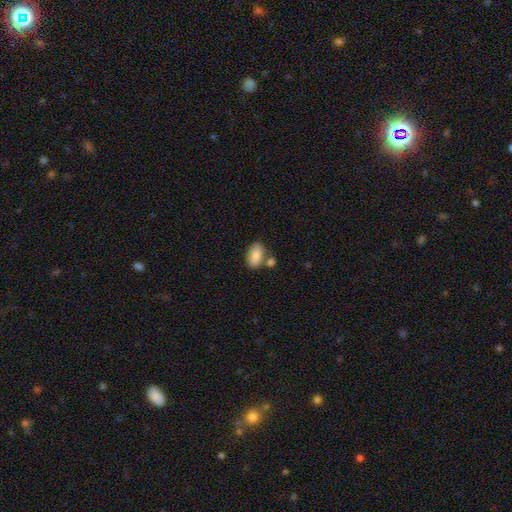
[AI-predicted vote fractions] Morphology: type=smooth (85%); roundness=in between (93%); merging=none (60%).